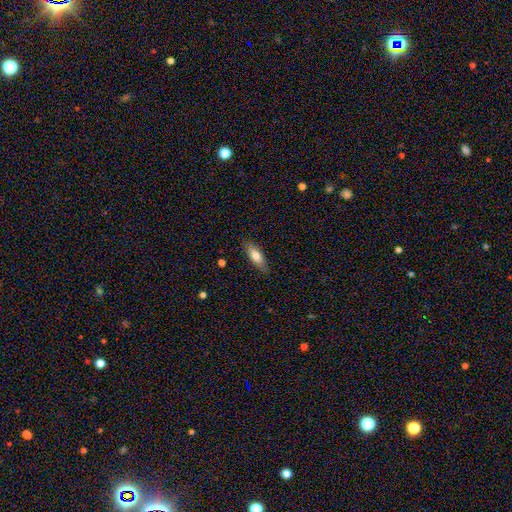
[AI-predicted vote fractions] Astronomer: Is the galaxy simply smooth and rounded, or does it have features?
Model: smooth — 76%.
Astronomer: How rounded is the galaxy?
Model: in between — 65%.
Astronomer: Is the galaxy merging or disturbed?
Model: none — 84%.